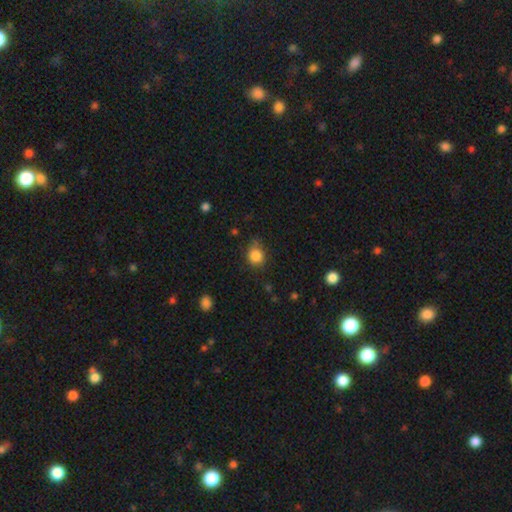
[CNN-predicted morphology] smooth-or-featured: smooth: 85% | star or artifact: 10% | featured or disk: 5%
  how-rounded: round: 79% | in between: 20% | cigar-shaped: 1%
  merging: none: 70% | minor disturbance: 23% | major disturbance: 5% | merger: 2%